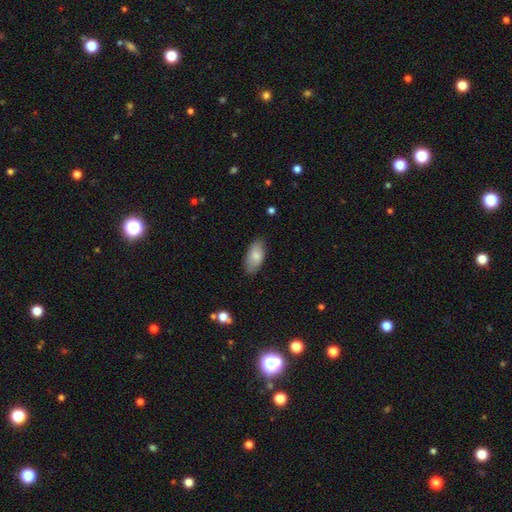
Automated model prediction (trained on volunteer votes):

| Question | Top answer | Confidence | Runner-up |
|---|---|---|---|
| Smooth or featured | smooth | 82% | featured or disk (12%) |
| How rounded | in between | 93% | cigar-shaped (5%) |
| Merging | none | 80% | minor disturbance (16%) |